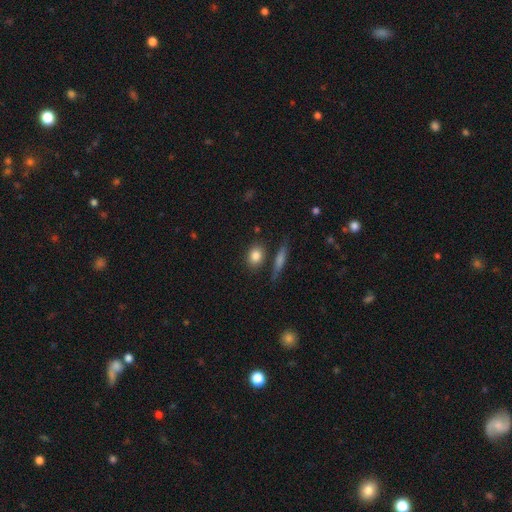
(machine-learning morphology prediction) type=smooth (84%); roundness=round (50%); merging=none (78%).